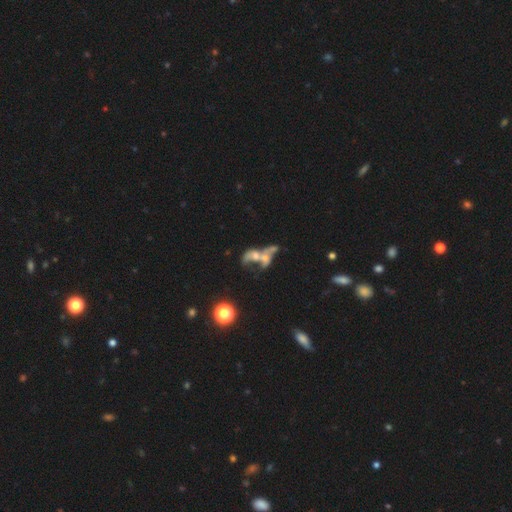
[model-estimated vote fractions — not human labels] A featured or disk galaxy (50%). Merging: merger (62%).